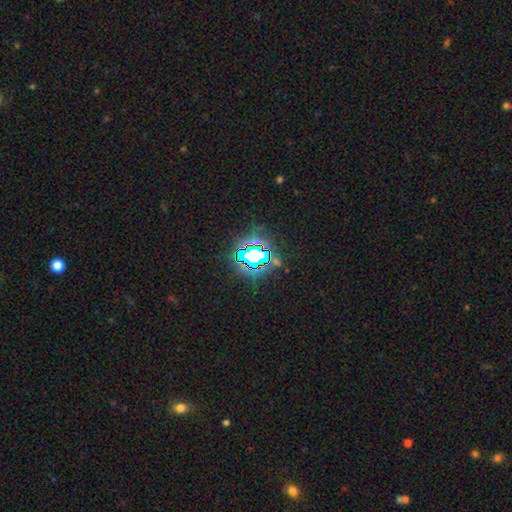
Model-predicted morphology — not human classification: Overall: star or artifact (74%).